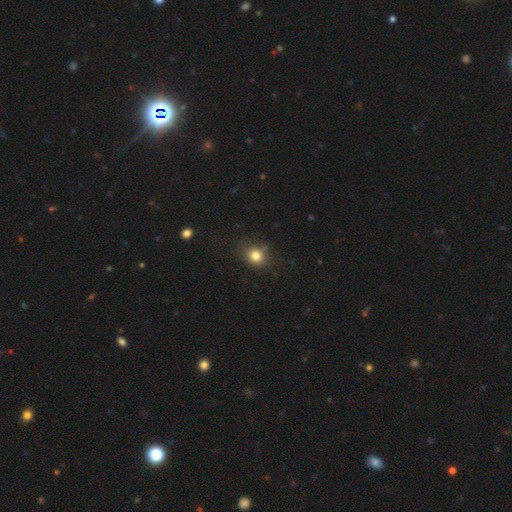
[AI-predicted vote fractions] Morphology: type=smooth (81%); roundness=round (77%); merging=none (77%).